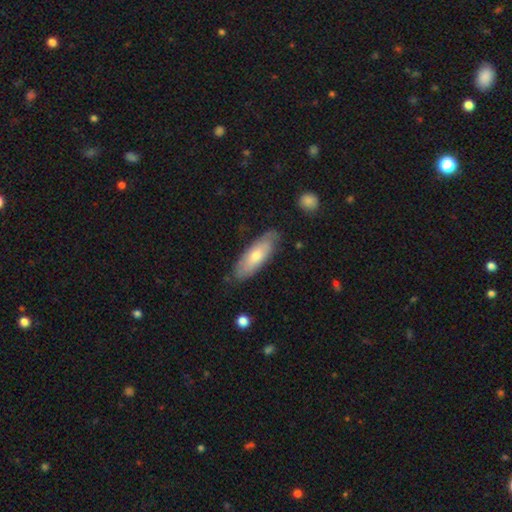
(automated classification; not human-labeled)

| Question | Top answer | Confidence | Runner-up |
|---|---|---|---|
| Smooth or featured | smooth | 62% | featured or disk (33%) |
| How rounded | in between | 58% | cigar-shaped (40%) |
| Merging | none | 79% | minor disturbance (16%) |